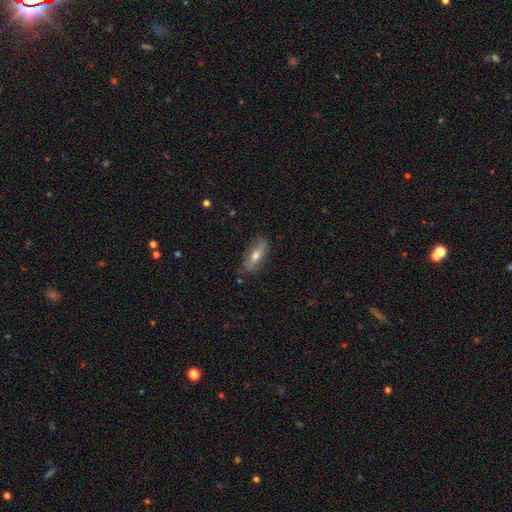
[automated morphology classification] The model was most divided on "smooth or featured": smooth: 53%, featured or disk: 39%, star or artifact: 8%. More confident: merging — none (79%); how rounded — in between (59%).